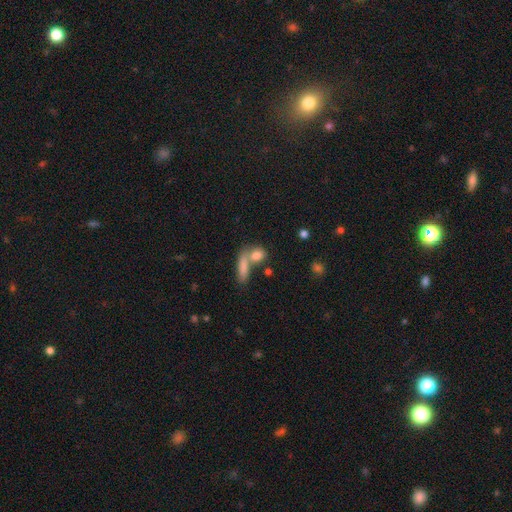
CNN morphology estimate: Smooth or featured: smooth — 80% (featured or disk — 11%)
How rounded: in between — 50% (round — 34%)
Merging: none — 44% (merger — 40%)